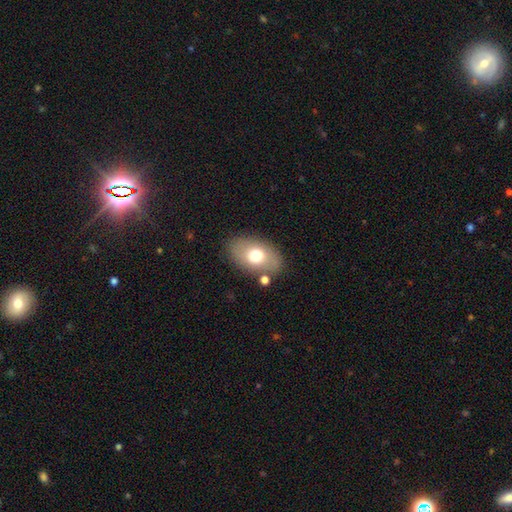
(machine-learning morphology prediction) A smooth galaxy with no disk features (69%) that is in between round and cigar-shaped (88%).

Vote fractions:
- Smooth or featured? smooth: 69% / featured or disk: 23% / star or artifact: 8%
- How rounded? in between: 88% / round: 11% / cigar-shaped: 1%
- Merging? none: 78% / minor disturbance: 13% / merger: 6% / major disturbance: 4%